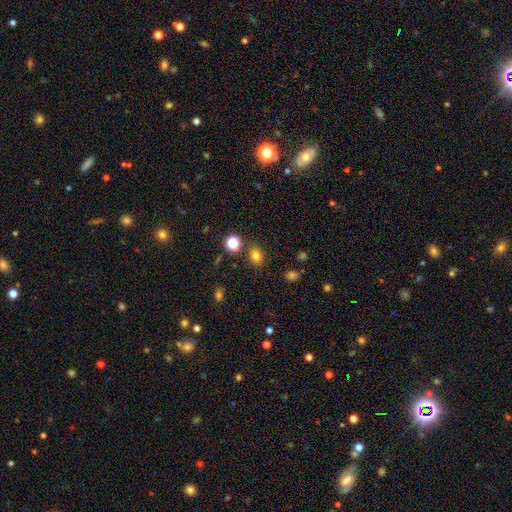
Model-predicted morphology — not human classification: type=smooth (78%); roundness=in between (49%, tied with round); merging=none (80%).